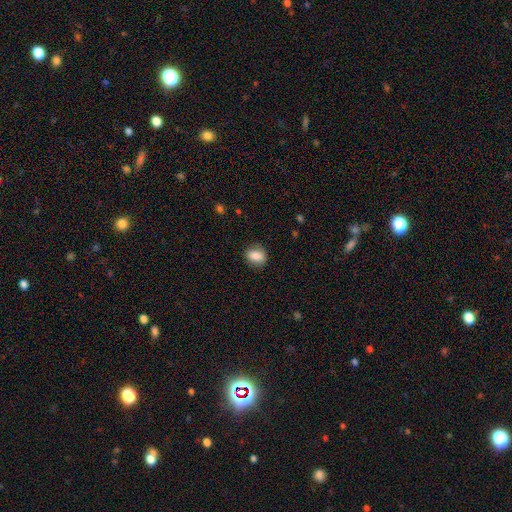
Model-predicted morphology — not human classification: Smooth or featured?
  - smooth: 83% *
  - featured or disk: 8%
  - star or artifact: 8%
How rounded?
  - round: 50% *
  - in between: 49%
  - cigar-shaped: 1%
Merging?
  - none: 85% *
  - minor disturbance: 11%
  - major disturbance: 3%
  - merger: 1%